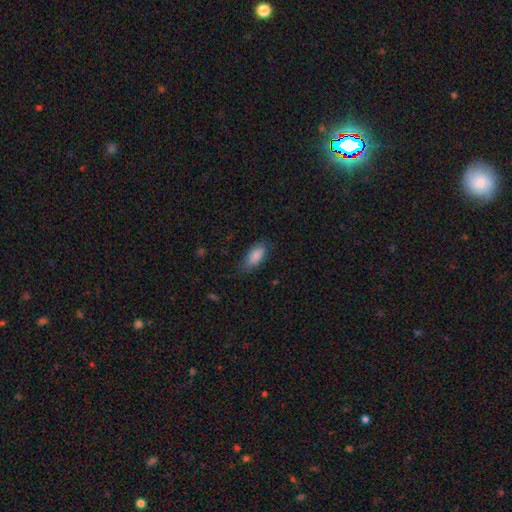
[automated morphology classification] This is clearly a smooth galaxy (87%). How rounded: clearly in between (85%). Merging: likely none (73%).